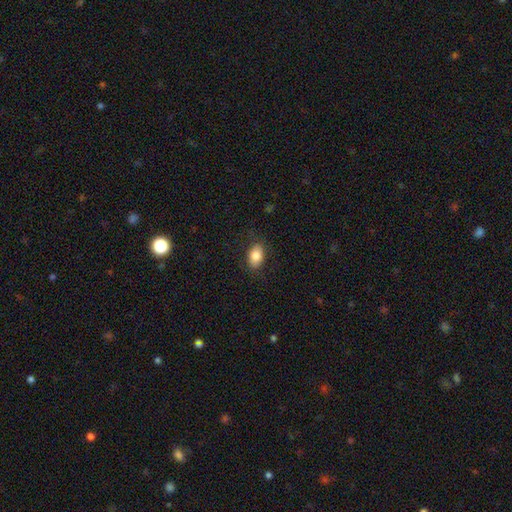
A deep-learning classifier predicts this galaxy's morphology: This appears to be a smooth galaxy with no disk features (84%) that is in between round and cigar-shaped (86%). Merging: none (84%).